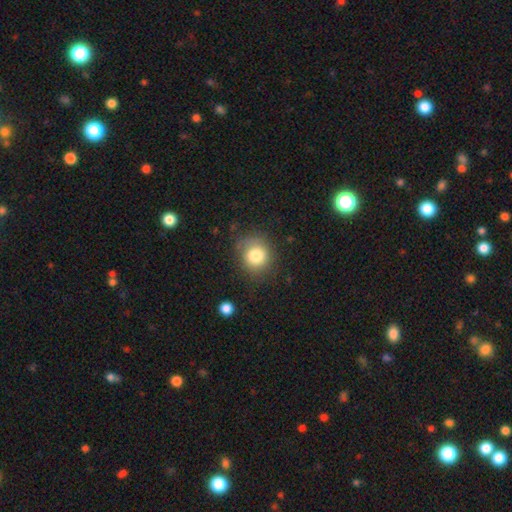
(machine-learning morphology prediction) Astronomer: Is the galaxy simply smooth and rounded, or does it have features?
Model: smooth — 79%.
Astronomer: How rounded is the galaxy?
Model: round — 84%.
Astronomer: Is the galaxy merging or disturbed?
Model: none — 75%.